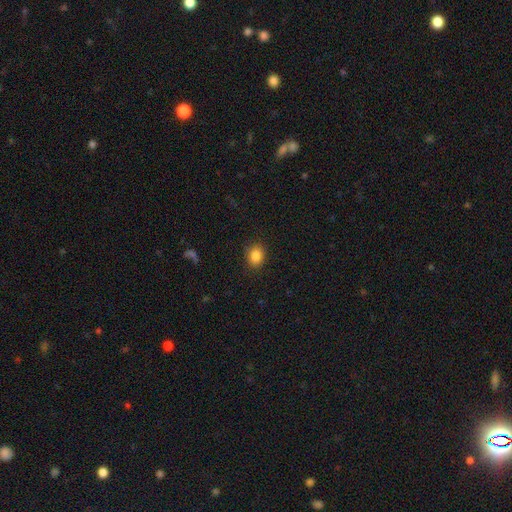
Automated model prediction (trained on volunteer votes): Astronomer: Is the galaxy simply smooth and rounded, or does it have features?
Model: smooth — 85%.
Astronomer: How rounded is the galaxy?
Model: round — 52% (runner-up: in between, 47%).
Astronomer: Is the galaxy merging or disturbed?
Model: none — 87%.